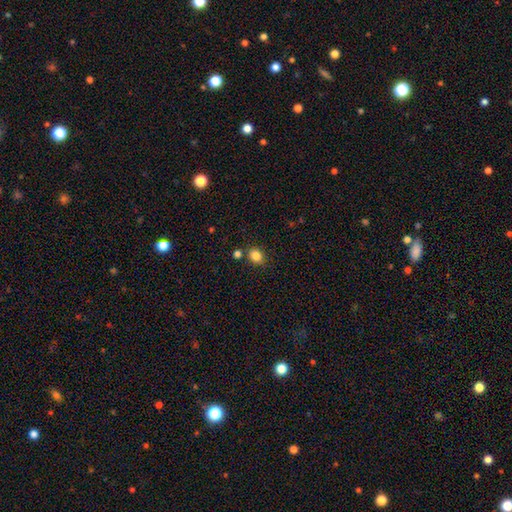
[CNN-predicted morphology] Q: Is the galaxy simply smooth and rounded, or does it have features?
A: smooth — 84%.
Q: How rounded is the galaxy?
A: in between — 53%.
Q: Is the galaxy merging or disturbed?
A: none — 79%.